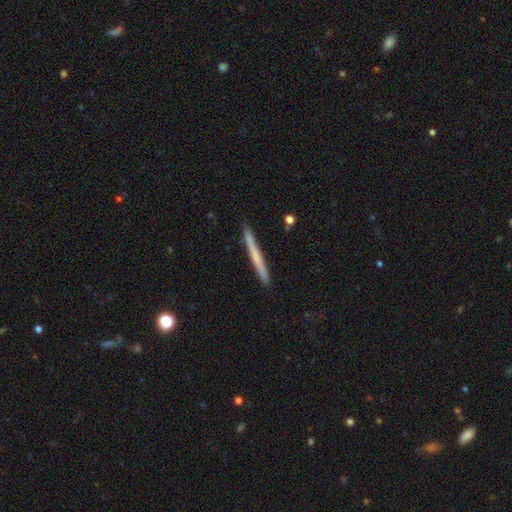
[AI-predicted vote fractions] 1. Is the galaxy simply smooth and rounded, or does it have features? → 49% smooth, 45% featured or disk, 6% star or artifact.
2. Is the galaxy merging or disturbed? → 91% none, 7% minor disturbance, 1% merger, 1% major disturbance.